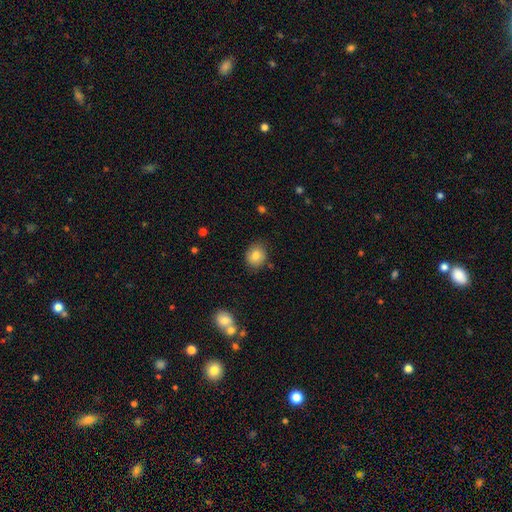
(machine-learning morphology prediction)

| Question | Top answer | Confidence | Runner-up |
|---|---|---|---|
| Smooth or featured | smooth | 81% | featured or disk (10%) |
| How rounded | round | 67% | in between (32%) |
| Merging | none | 83% | minor disturbance (12%) |